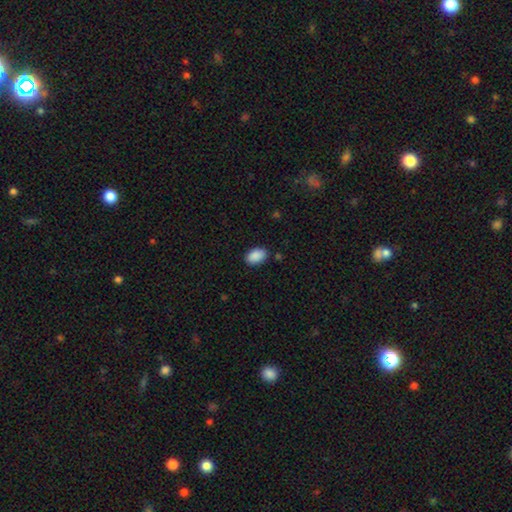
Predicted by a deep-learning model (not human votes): Q: Smooth or featured?
A: smooth (90%); runner-up: star or artifact (7%)
Q: How rounded?
A: in between (91%); runner-up: round (8%)
Q: Merging?
A: none (86%); runner-up: minor disturbance (10%)